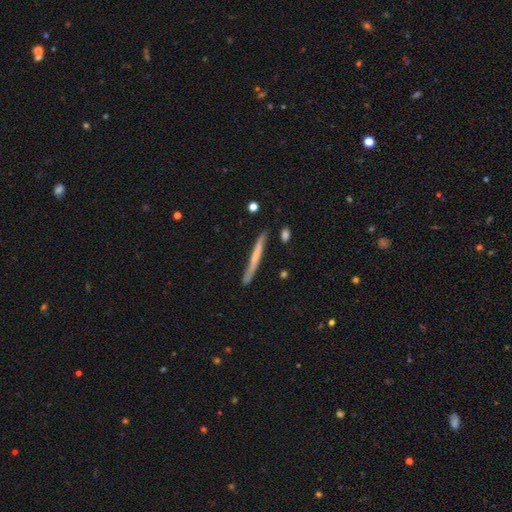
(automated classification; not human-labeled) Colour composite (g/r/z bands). It shows a smooth galaxy with no disk features (49%). Merging: none (84%).